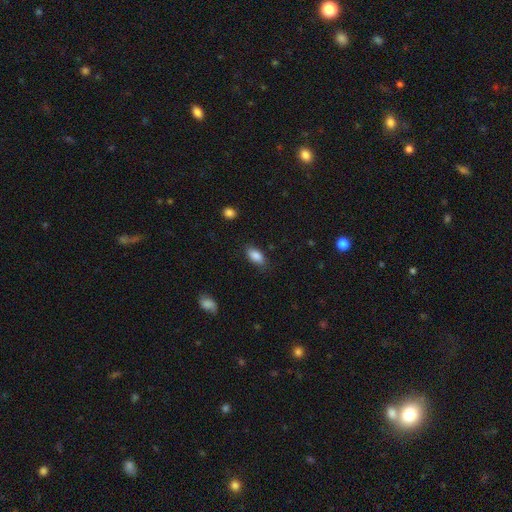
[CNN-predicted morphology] Smooth or featured?
  - smooth: 87% *
  - star or artifact: 7%
  - featured or disk: 6%
How rounded?
  - in between: 91% *
  - cigar-shaped: 5%
  - round: 4%
Merging?
  - none: 79% *
  - minor disturbance: 16%
  - major disturbance: 4%
  - merger: 1%